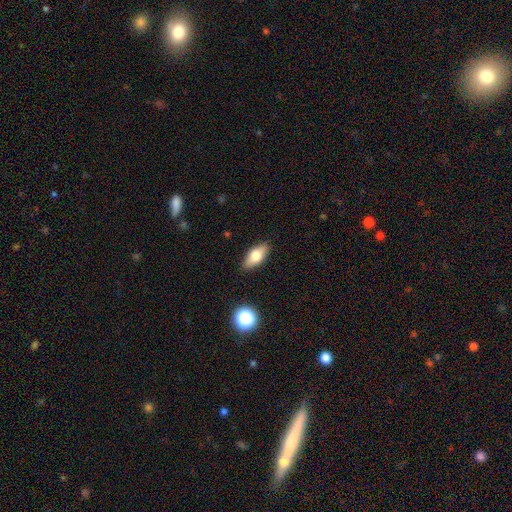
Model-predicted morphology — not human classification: smooth_or_featured: smooth (p=0.70) [alt: featured or disk p=0.22]
how_rounded: in between (p=0.82) [alt: cigar-shaped p=0.13]
merging: none (p=0.87) [alt: minor disturbance p=0.10]